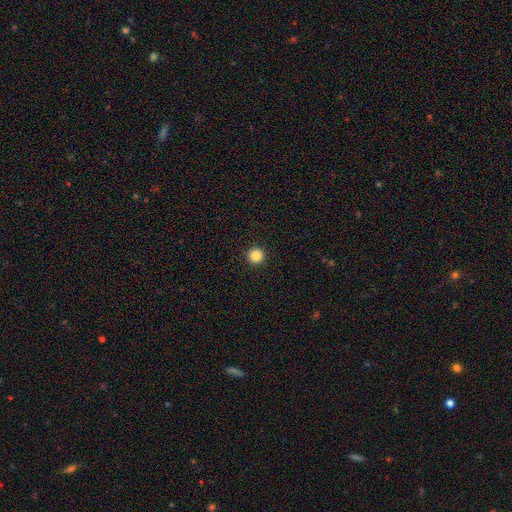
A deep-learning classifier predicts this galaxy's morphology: smooth_or_featured: smooth (p=0.85) [alt: star or artifact p=0.11]
how_rounded: round (p=0.96) [alt: in between p=0.03]
merging: none (p=0.93) [alt: minor disturbance p=0.04]